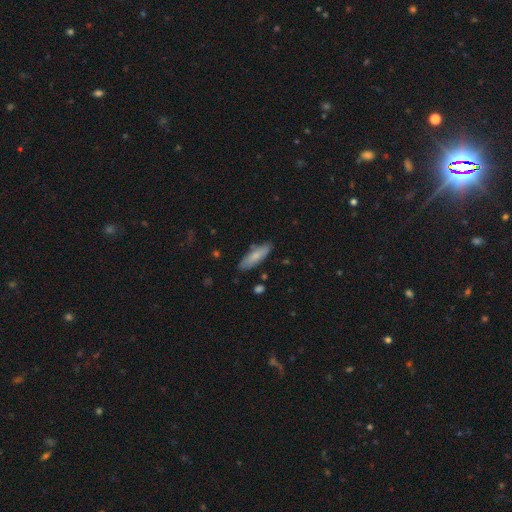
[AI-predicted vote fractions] Smooth or featured?
  - smooth: 75% *
  - featured or disk: 19%
  - star or artifact: 6%
How rounded?
  - cigar-shaped: 57% *
  - in between: 41%
  - round: 2%
Merging?
  - none: 81% *
  - minor disturbance: 14%
  - merger: 3%
  - major disturbance: 2%